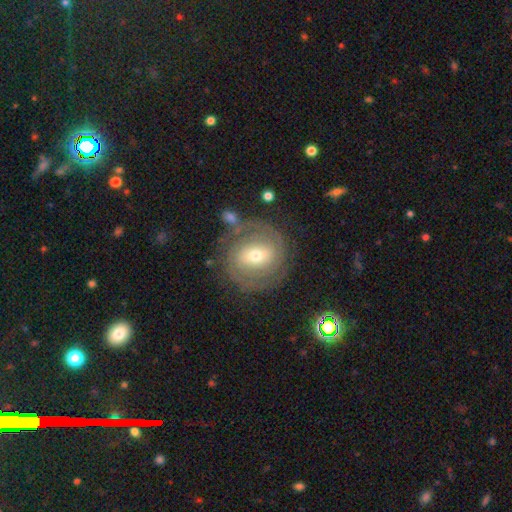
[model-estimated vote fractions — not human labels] A featured or disk galaxy (77%) with a weak bar (43%), 2 (63%) tight (63%) spiral arms (87%) and a moderate central bulge (55%).

Vote fractions:
- Smooth or featured? featured or disk: 77% / smooth: 16% / star or artifact: 7%
- Edge-on disk? no: 97% / yes: 3%
- Bar? weak: 43% / no: 34% / strong: 22%
- Spiral arms? yes: 87% / no: 13%
- Spiral winding? tight: 63% / medium: 28% / loose: 9%
- Spiral arm count? 2: 63% / can't tell: 20% / 3: 8% / 1: 4% / 4: 3% / more than 4: 3%
- Bulge size? moderate: 55% / small: 39% / large: 4% / dominant: 1% / none: 1%
- Merging? none: 76% / minor disturbance: 13% / major disturbance: 7% / merger: 4%